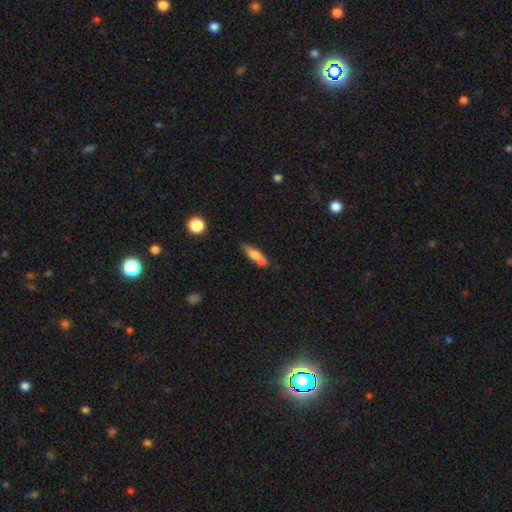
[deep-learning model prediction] This appears to be a smooth galaxy with no disk features (63%) that is cigar-shaped (54%). Merging: none (49%).